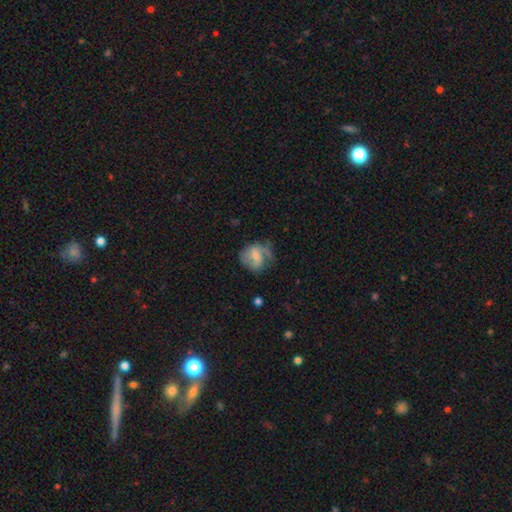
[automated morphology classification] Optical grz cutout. It shows a featured or disk galaxy (59%) with a weak bar (47%), spiral arms (83%) and a small central bulge (52%). Merging: none (53%).